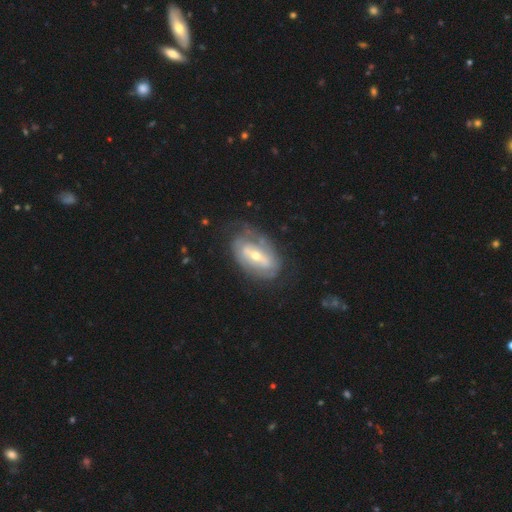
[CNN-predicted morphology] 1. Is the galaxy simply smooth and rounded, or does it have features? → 75% featured or disk, 20% smooth, 6% star or artifact.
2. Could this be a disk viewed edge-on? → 93% no, 7% yes.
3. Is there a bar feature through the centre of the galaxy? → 40% strong, 35% weak, 25% no.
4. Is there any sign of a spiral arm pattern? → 66% yes, 34% no.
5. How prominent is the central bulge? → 53% moderate, 42% small, 3% large, 1% none, 1% dominant.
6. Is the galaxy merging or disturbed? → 64% none, 22% minor disturbance, 12% major disturbance, 2% merger.